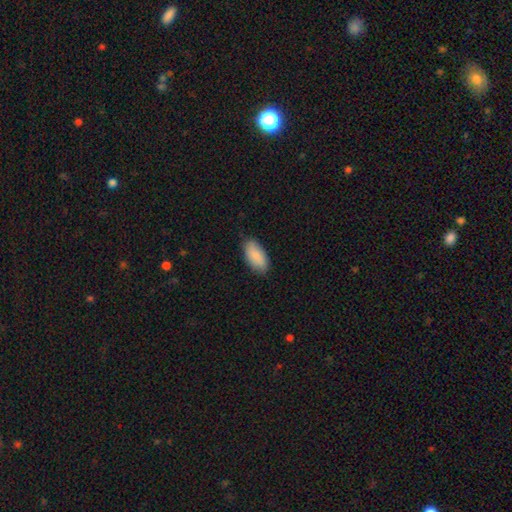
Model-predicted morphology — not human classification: smooth_or_featured: smooth (p=0.88) [alt: featured or disk p=0.06]
how_rounded: in between (p=0.92) [alt: cigar-shaped p=0.06]
merging: none (p=0.84) [alt: minor disturbance p=0.13]